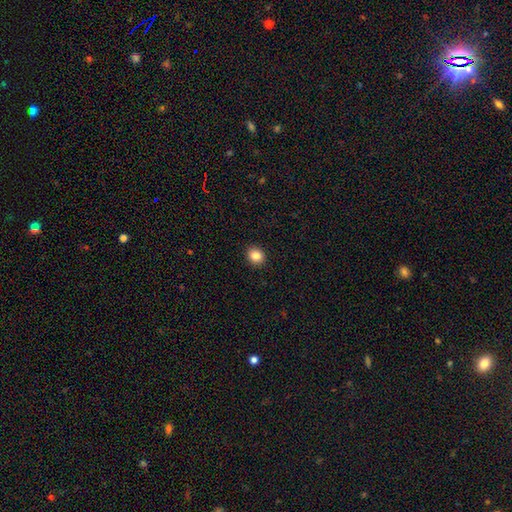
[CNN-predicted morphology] Smooth or featured? Predicted: smooth (p=0.84). How rounded? Predicted: round (p=0.75). Merging? Predicted: none (p=0.92).